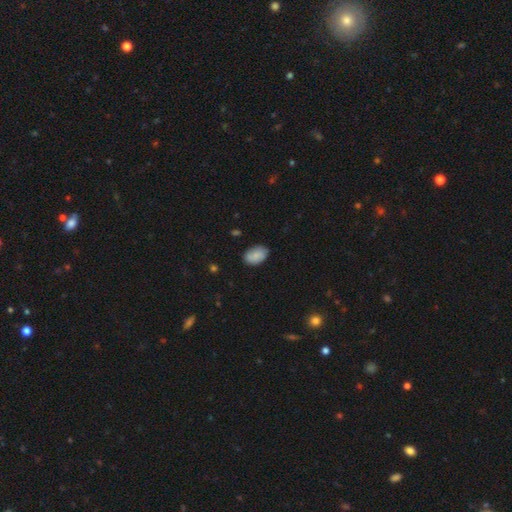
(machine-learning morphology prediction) smooth 82%, featured or disk 11%, star or artifact 7%. Down the decision tree: how rounded — in between (88%); merging — none (79%).